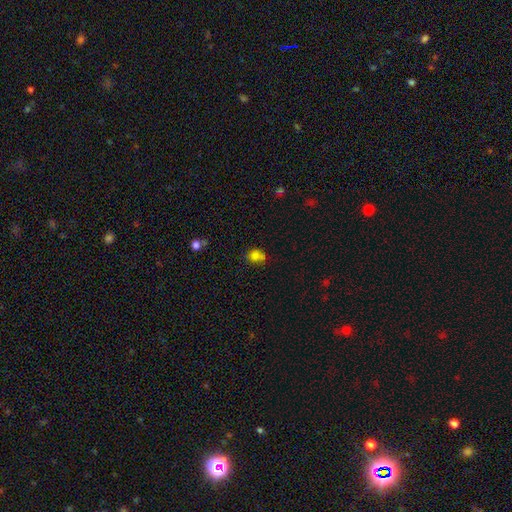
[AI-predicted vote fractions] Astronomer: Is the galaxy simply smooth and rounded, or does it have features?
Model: smooth — 77%.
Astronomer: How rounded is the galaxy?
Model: round — 62%.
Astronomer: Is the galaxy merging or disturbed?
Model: none — 47% (runner-up: merger, 23%).